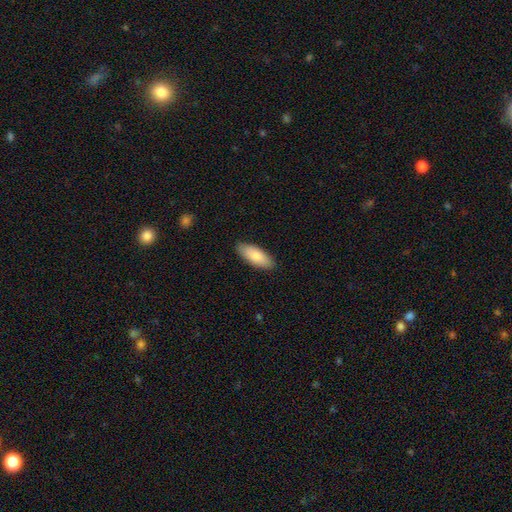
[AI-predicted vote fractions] This appears to be a smooth galaxy with no disk features (82%) that is in between round and cigar-shaped (79%). Merging: none (88%).